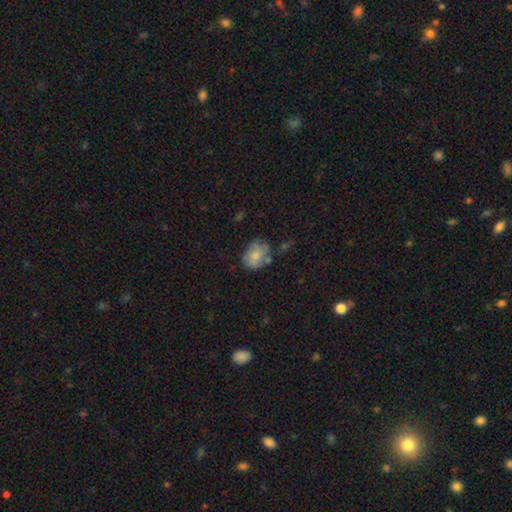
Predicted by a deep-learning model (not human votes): smooth_or_featured: smooth (p=0.74) [alt: featured or disk p=0.18]
how_rounded: in between (p=0.65) [alt: round p=0.33]
merging: none (p=0.56) [alt: minor disturbance p=0.26]